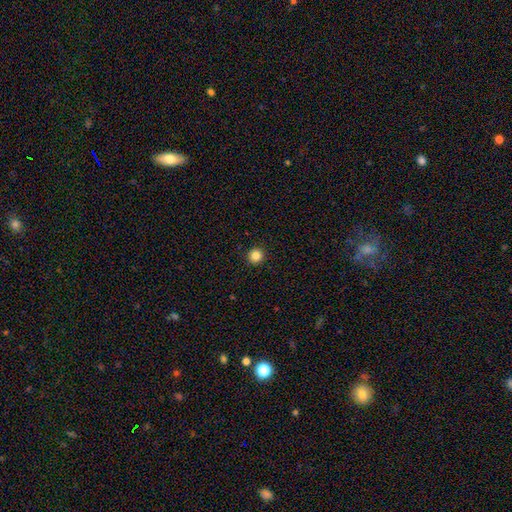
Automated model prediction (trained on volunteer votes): The model was most divided on "smooth or featured": smooth: 85%, star or artifact: 11%, featured or disk: 4%. More confident: how rounded — round (95%); merging — none (93%).